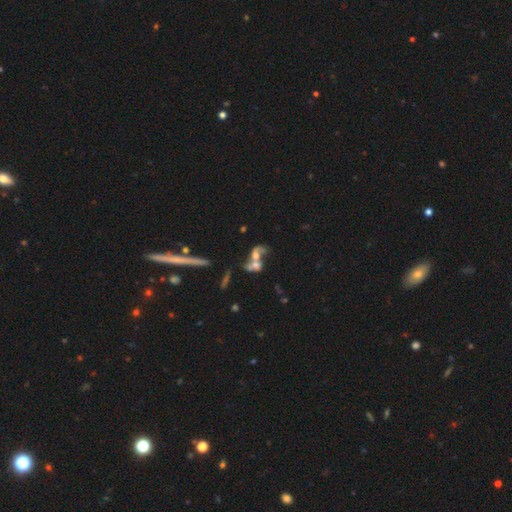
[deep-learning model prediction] This is possibly a featured or disk galaxy (51%). It is clearly not viewed edge-on (90%). Merging: likely merger (69%).